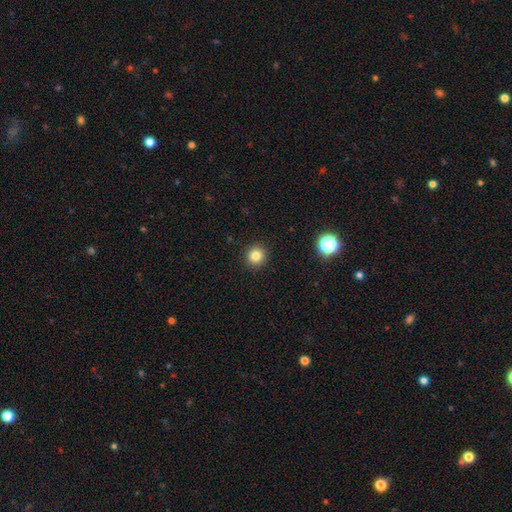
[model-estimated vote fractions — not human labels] smooth-or-featured: smooth: 82% | star or artifact: 12% | featured or disk: 6%
  how-rounded: round: 91% | in between: 8% | cigar-shaped: 1%
  merging: none: 92% | minor disturbance: 5% | major disturbance: 2% | merger: 1%